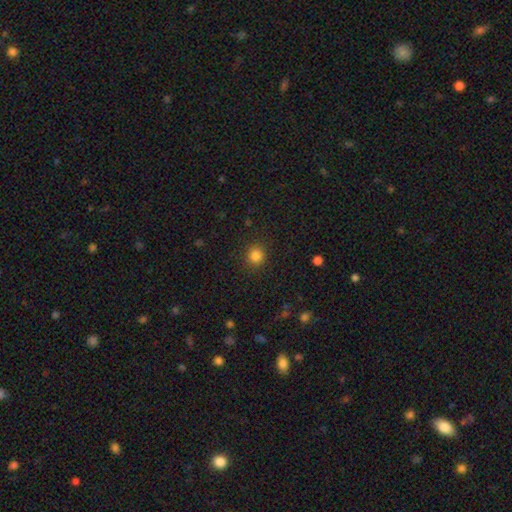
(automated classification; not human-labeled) Morphology: type=smooth (84%); roundness=round (89%); merging=none (90%).